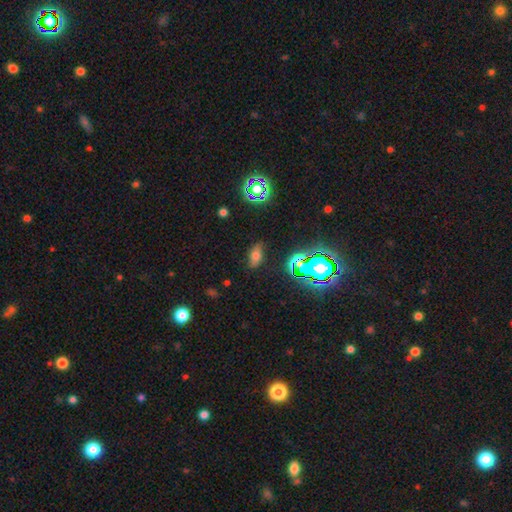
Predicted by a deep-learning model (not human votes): smooth 58%, star or artifact 26%, featured or disk 16%. Down the decision tree: how rounded — in between (86%); merging — none (80%).